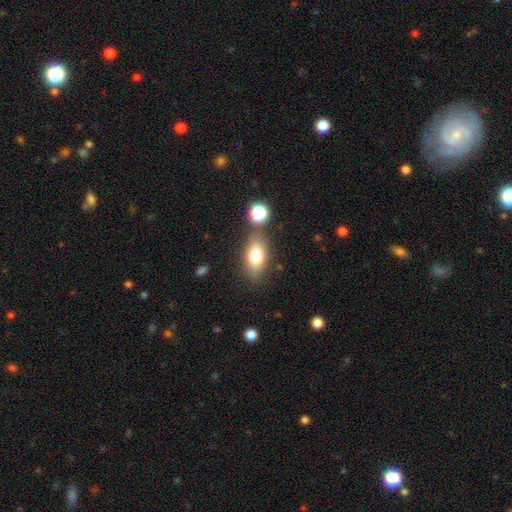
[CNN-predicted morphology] type=smooth (76%); roundness=in between (85%); merging=none (73%).